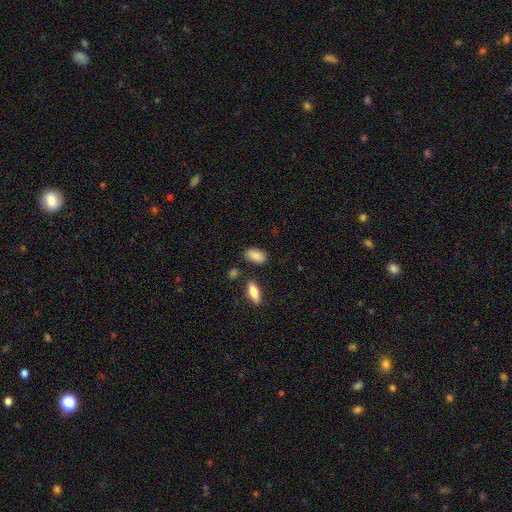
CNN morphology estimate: smooth 88%, star or artifact 7%, featured or disk 6%. Down the decision tree: how rounded — in between (91%); merging — none (81%).